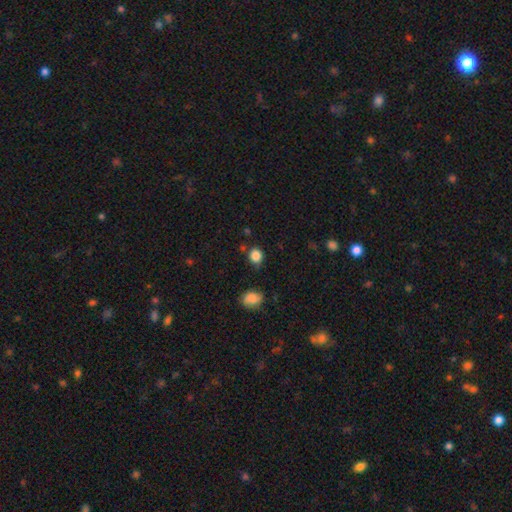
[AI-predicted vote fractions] smooth_or_featured: smooth (p=0.85) [alt: star or artifact p=0.11]
how_rounded: round (p=0.75) [alt: in between p=0.24]
merging: none (p=0.76) [alt: minor disturbance p=0.16]